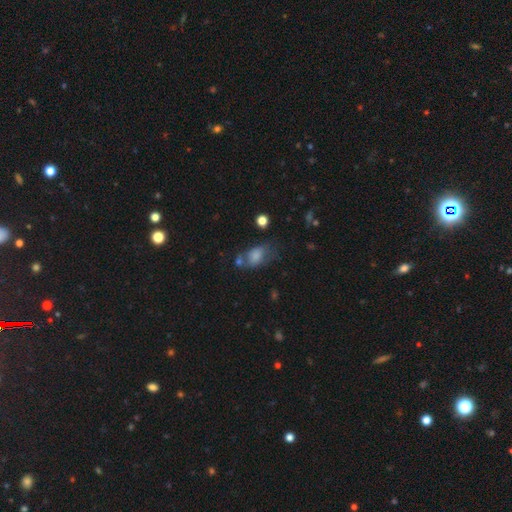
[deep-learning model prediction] Smooth or featured? Predicted: smooth (p=0.74). How rounded? Predicted: in between (p=0.84). Merging? Predicted: none (p=0.36).